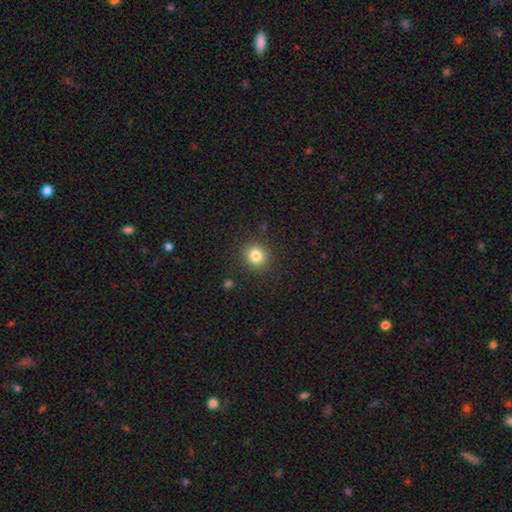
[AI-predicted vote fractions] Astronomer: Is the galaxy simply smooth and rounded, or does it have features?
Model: smooth — 82%.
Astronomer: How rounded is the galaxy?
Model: round — 87%.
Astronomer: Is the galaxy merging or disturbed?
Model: none — 89%.